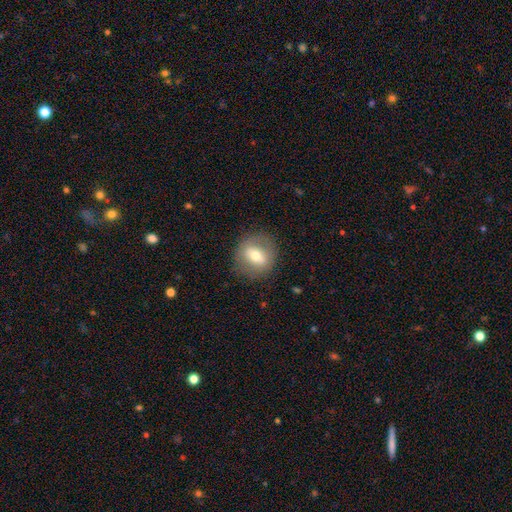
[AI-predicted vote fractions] A smooth galaxy with no disk features (58%) that is round (79%). Merging: none (83%).